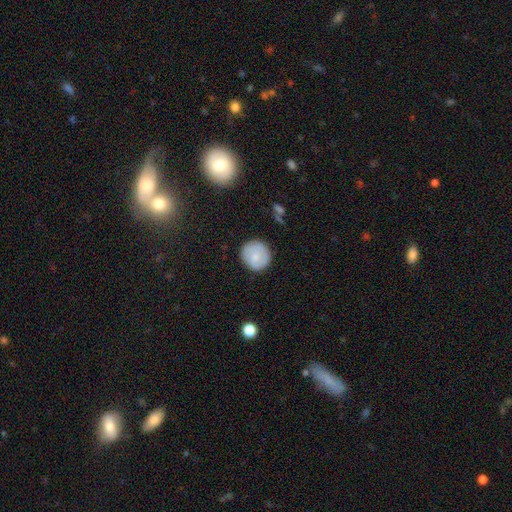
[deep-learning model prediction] Overall: smooth (75%). How rounded: round (90%). Merging: none (85%).